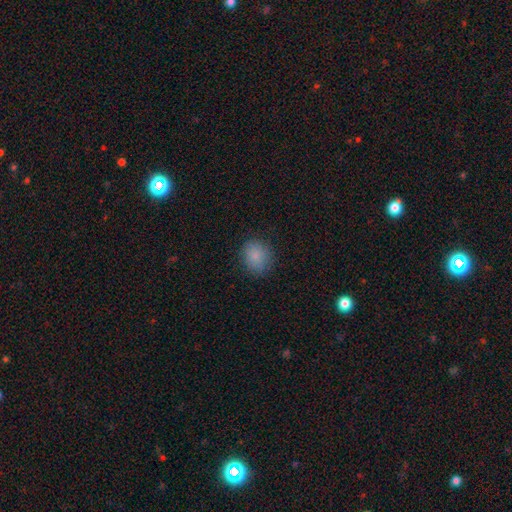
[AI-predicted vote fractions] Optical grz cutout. It shows a smooth galaxy with no disk features (86%) that is round (69%). Merging: none (84%).